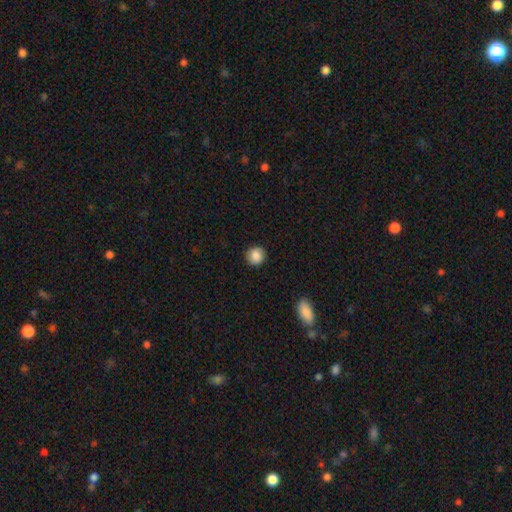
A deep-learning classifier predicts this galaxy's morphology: Smooth or featured? smooth (87%)
How rounded? round (90%)
Merging? none (90%)